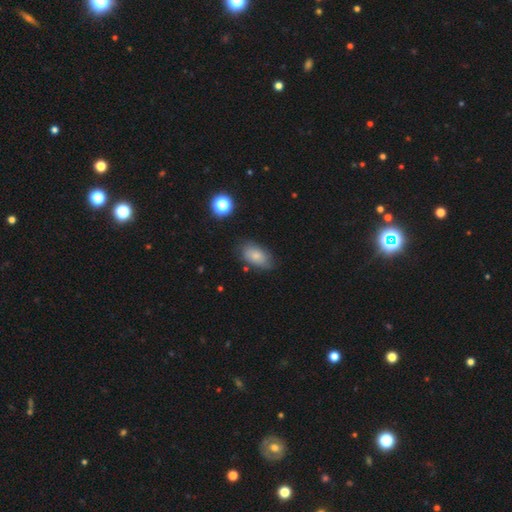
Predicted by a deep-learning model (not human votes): A smooth galaxy with no disk features (75%) that is in between round and cigar-shaped (91%).

Vote fractions:
- Smooth or featured? smooth: 75% / featured or disk: 16% / star or artifact: 9%
- How rounded? in between: 91% / round: 7% / cigar-shaped: 2%
- Merging? none: 72% / minor disturbance: 21% / major disturbance: 5% / merger: 3%